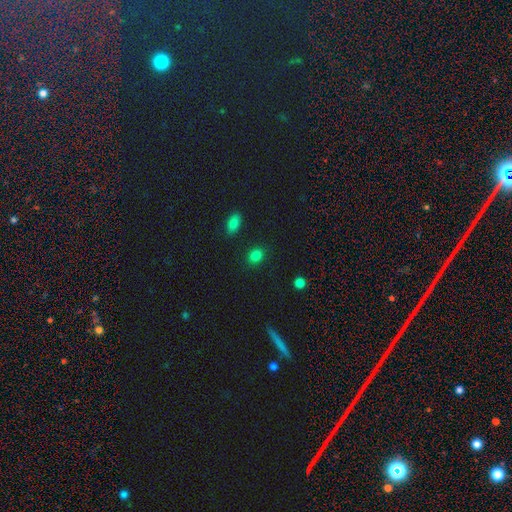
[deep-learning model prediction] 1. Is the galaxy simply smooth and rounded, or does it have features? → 83% smooth, 12% star or artifact, 4% featured or disk.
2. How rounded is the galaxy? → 51% in between, 48% round, 1% cigar-shaped.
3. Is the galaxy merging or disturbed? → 88% none, 8% minor disturbance, 2% major disturbance, 2% merger.